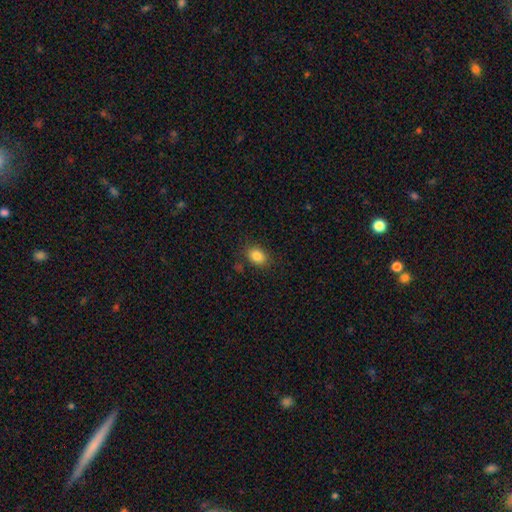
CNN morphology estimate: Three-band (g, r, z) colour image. It shows a smooth galaxy with no disk features (85%) that is in between round and cigar-shaped (69%). Merging: none (83%).